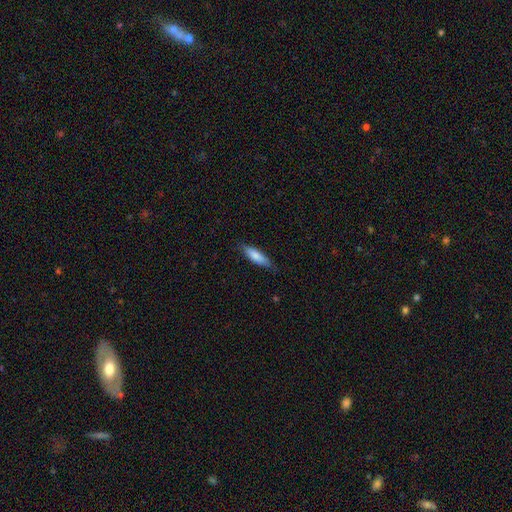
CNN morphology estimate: Smooth or featured? smooth (79%)
How rounded? cigar-shaped (61%)
Merging? none (82%)